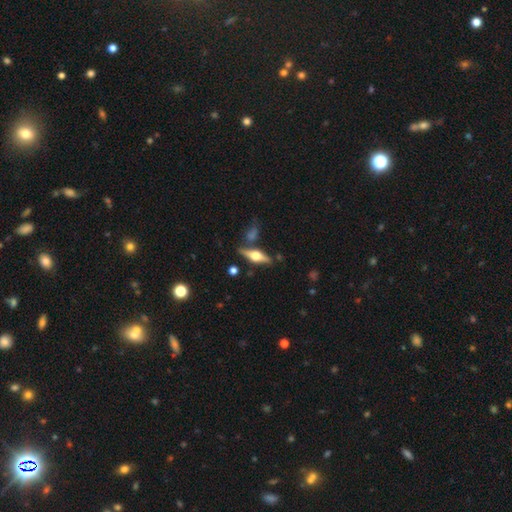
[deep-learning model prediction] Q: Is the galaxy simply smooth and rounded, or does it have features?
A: featured or disk — 71%.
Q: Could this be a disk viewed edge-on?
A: yes — 96%.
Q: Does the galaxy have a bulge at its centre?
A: rounded — 95%.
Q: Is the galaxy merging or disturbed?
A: none — 78%.